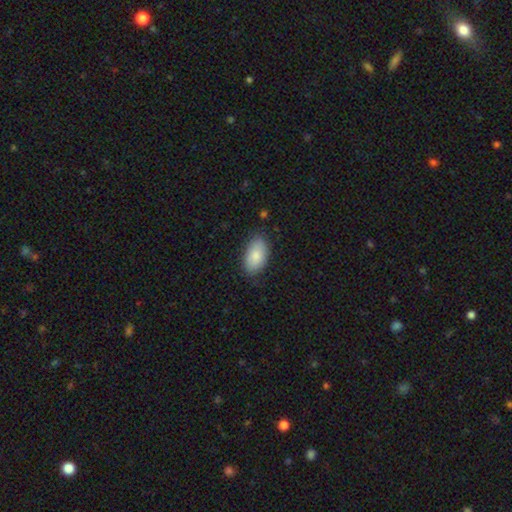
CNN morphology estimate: Smooth or featured?
  - smooth: 84% *
  - featured or disk: 10%
  - star or artifact: 6%
How rounded?
  - in between: 94% *
  - round: 4%
  - cigar-shaped: 2%
Merging?
  - none: 79% *
  - minor disturbance: 16%
  - major disturbance: 3%
  - merger: 1%